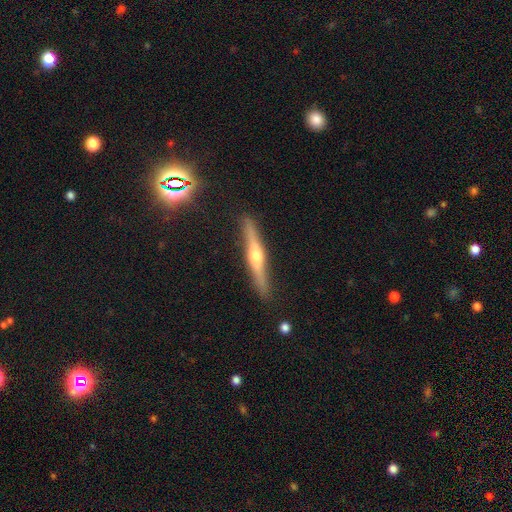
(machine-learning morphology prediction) Q: Smooth or featured?
A: featured or disk (70%); runner-up: smooth (24%)
Q: Edge-on disk?
A: yes (97%); runner-up: no (3%)
Q: Edge-on bulge?
A: rounded (92%); runner-up: none (5%)
Q: Merging?
A: none (89%); runner-up: minor disturbance (8%)